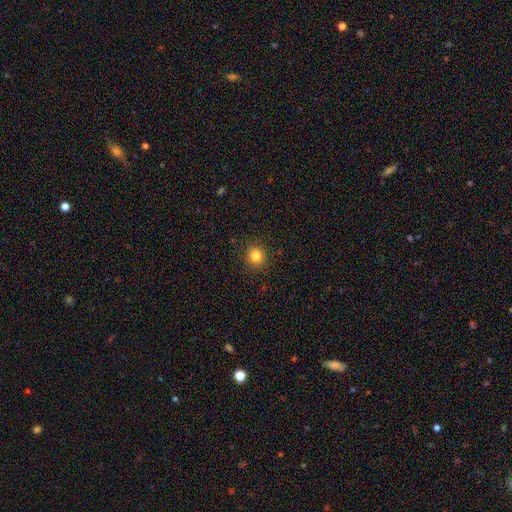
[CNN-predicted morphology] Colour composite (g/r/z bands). It shows a smooth galaxy with no disk features (82%) that is round (88%). Merging: none (91%).